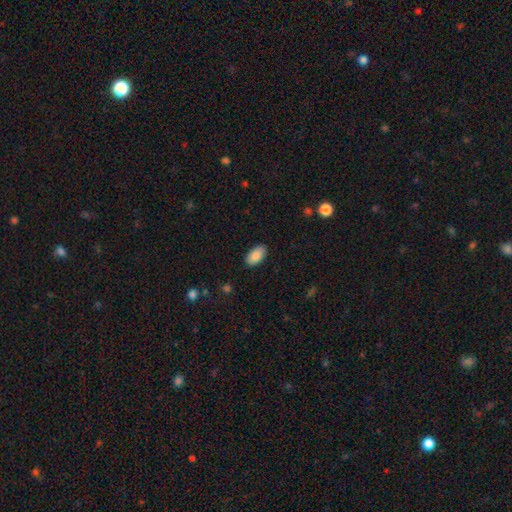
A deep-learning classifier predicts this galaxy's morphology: This is clearly a smooth galaxy (89%). How rounded: clearly in between (95%). Merging: clearly none (87%).